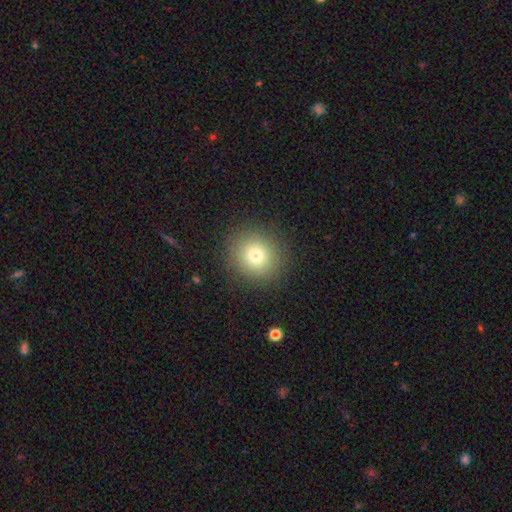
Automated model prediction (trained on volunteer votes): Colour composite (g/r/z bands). It shows a smooth galaxy with no disk features (77%) that is round (88%). Merging: none (89%).